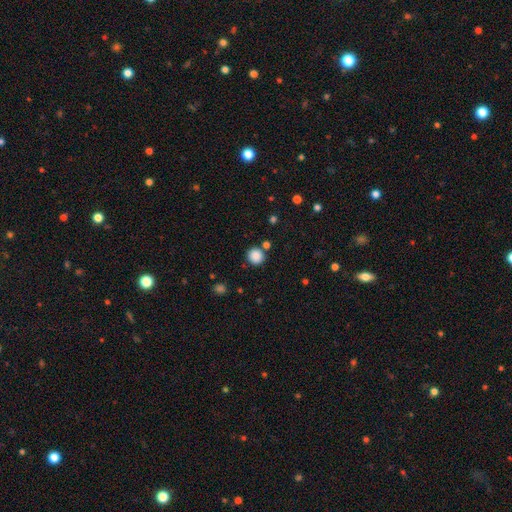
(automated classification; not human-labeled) smooth-or-featured: smooth: 87% | star or artifact: 10% | featured or disk: 3%
  how-rounded: round: 93% | in between: 6% | cigar-shaped: 1%
  merging: none: 83% | minor disturbance: 8% | merger: 6% | major disturbance: 3%